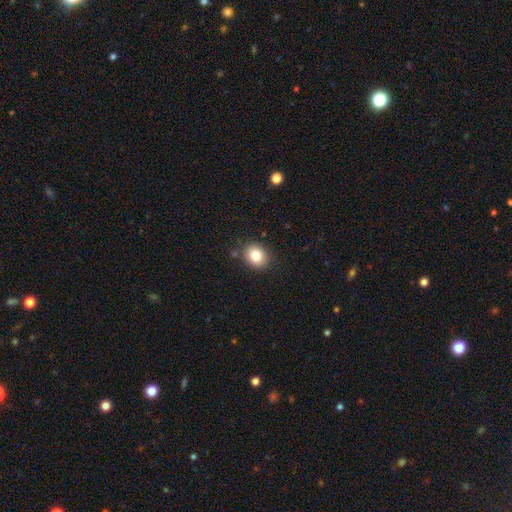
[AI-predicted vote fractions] Overall: smooth (82%). How rounded: round (57%; in between 42%). Merging: none (84%).